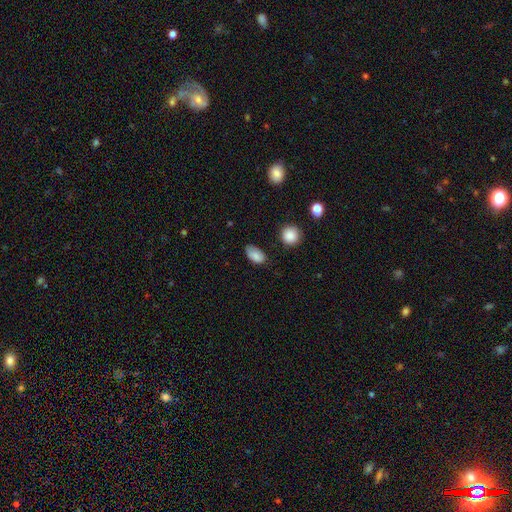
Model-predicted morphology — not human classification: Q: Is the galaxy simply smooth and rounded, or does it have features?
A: smooth — 84%.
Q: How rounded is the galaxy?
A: in between — 90%.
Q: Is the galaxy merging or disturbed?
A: none — 63%.